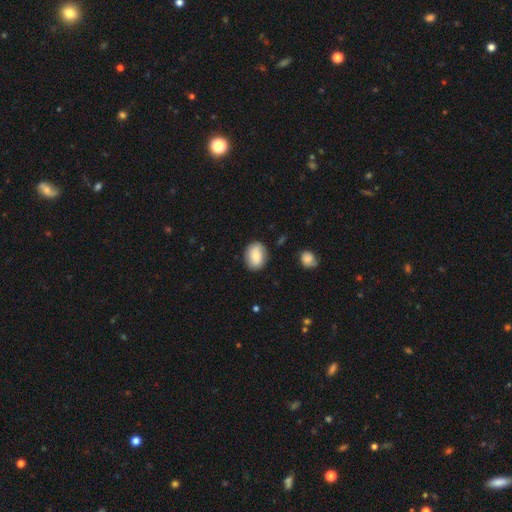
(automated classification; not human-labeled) smooth-or-featured: smooth: 79% | featured or disk: 14% | star or artifact: 7%
  how-rounded: in between: 59% | round: 40% | cigar-shaped: 1%
  merging: none: 83% | minor disturbance: 13% | major disturbance: 3% | merger: 2%